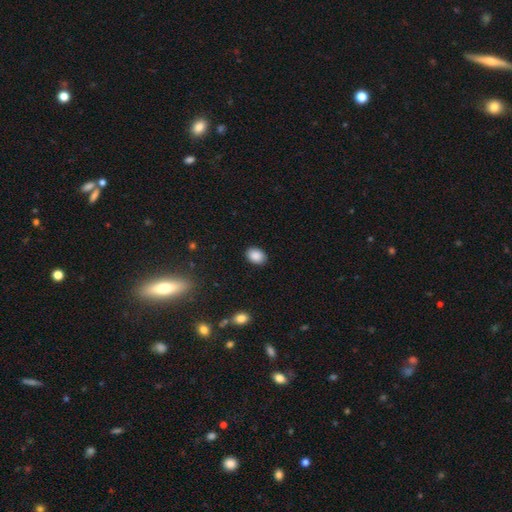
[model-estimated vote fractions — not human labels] A smooth galaxy with no disk features (89%) that is in between round and cigar-shaped (77%). Merging: none (89%).